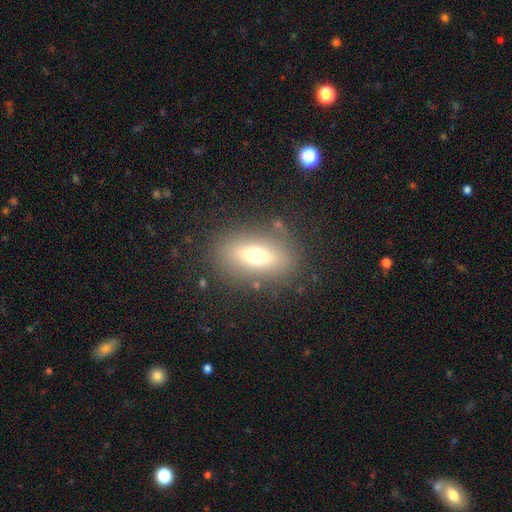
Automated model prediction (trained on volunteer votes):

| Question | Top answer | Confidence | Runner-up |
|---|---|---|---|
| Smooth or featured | smooth | 65% | featured or disk (24%) |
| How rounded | in between | 78% | cigar-shaped (12%) |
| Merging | none | 82% | minor disturbance (10%) |